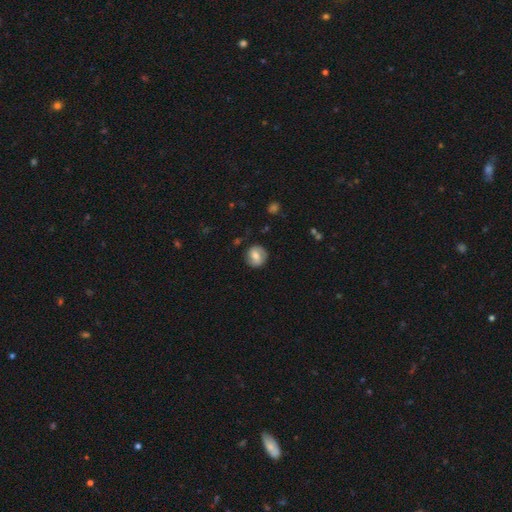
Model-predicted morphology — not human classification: smooth_or_featured: smooth (p=0.55) [alt: featured or disk p=0.37]
how_rounded: round (p=0.85) [alt: in between p=0.14]
merging: none (p=0.82) [alt: minor disturbance p=0.13]